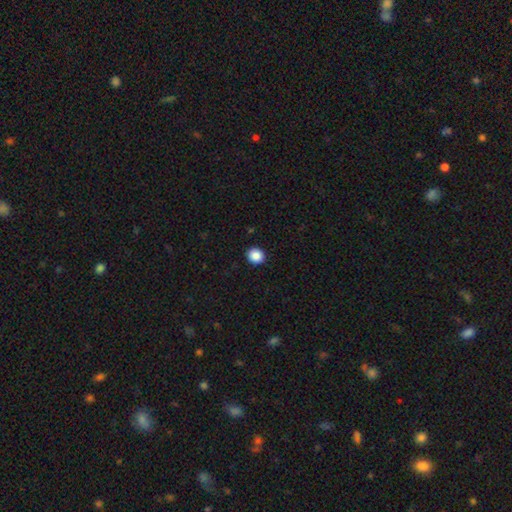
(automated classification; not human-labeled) Overall: smooth (88%). How rounded: round (79%). Merging: none (92%).